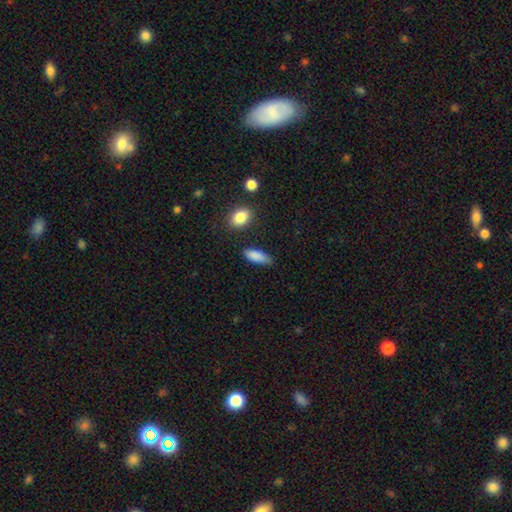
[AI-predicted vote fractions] Smooth or featured?
  - smooth: 87% *
  - star or artifact: 7%
  - featured or disk: 6%
How rounded?
  - in between: 68% *
  - cigar-shaped: 29%
  - round: 3%
Merging?
  - none: 74% *
  - minor disturbance: 19%
  - major disturbance: 4%
  - merger: 3%